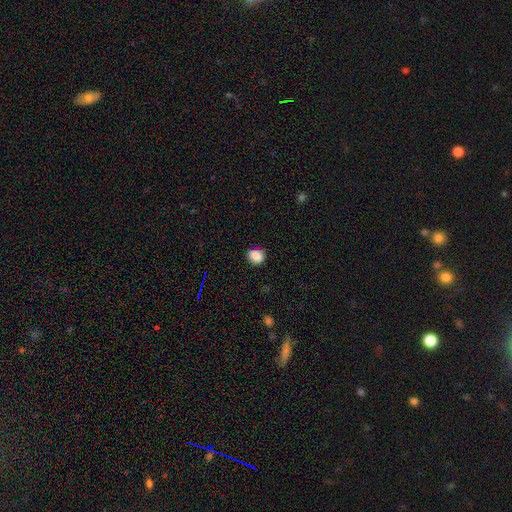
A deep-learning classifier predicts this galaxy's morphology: type=smooth (85%); roundness=round (50%); merging=none (81%).